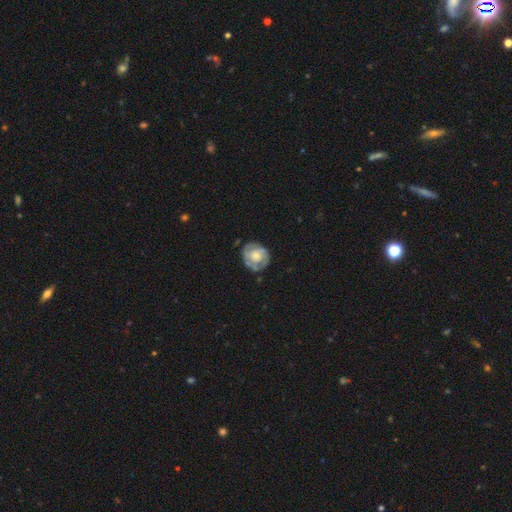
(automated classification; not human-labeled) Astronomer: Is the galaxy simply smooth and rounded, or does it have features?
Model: featured or disk — 63%.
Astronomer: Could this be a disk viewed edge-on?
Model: no — 97%.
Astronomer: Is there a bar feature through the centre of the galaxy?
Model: no — 78%.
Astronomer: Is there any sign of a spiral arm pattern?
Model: yes — 74%.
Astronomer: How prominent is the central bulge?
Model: moderate — 49% (runner-up: small, 32%).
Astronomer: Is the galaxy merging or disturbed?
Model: none — 70%.